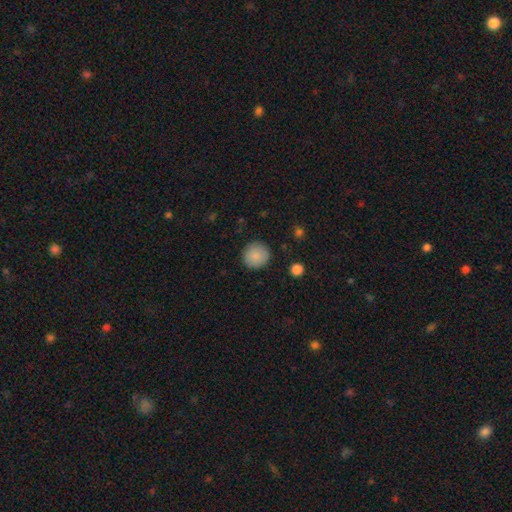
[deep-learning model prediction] A smooth galaxy with no disk features (88%) that is round (93%). Merging: none (89%).